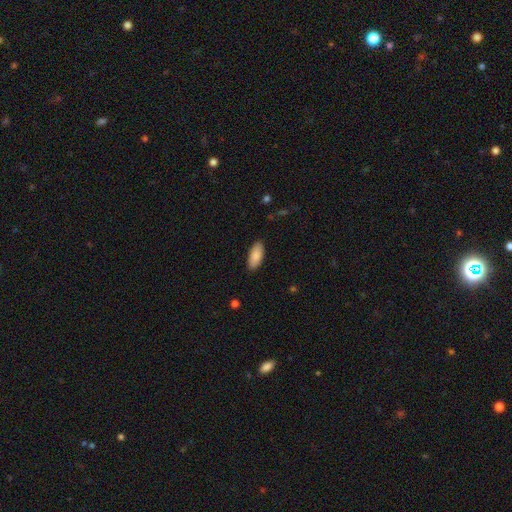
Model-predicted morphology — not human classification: This is clearly a smooth galaxy (85%). How rounded: clearly in between (87%). Merging: clearly none (88%).